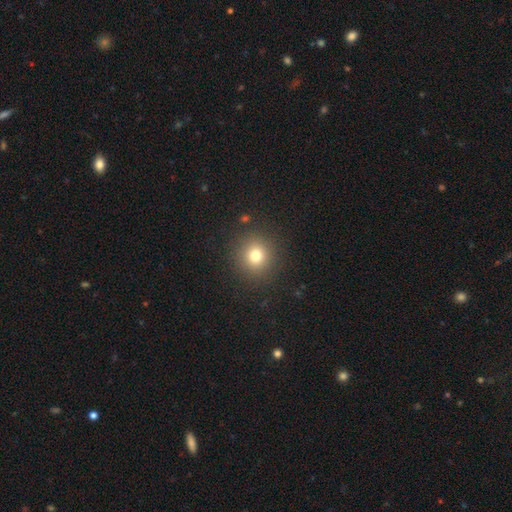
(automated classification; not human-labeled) smooth-or-featured: smooth: 76% | star or artifact: 15% | featured or disk: 9%
  how-rounded: round: 90% | in between: 9% | cigar-shaped: 1%
  merging: none: 89% | minor disturbance: 6% | major disturbance: 3% | merger: 1%